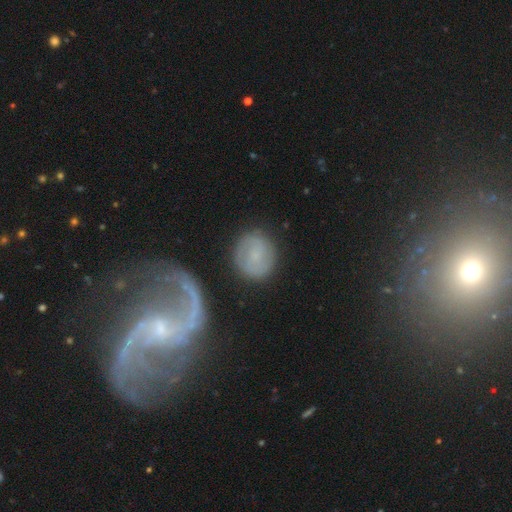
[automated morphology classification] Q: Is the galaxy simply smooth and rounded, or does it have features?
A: smooth — 50%.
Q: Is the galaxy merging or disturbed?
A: none — 78%.